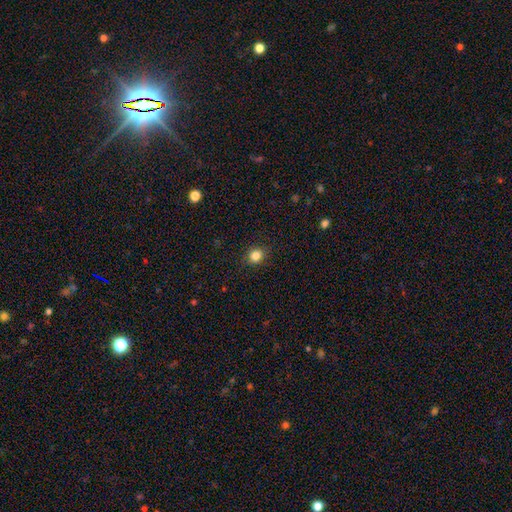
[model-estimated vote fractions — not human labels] Morphology: type=smooth (84%); roundness=round (84%); merging=none (90%).